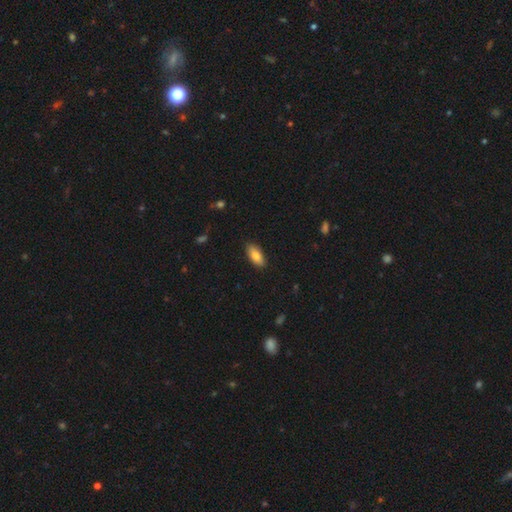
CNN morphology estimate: smooth-or-featured: smooth: 84% | featured or disk: 9% | star or artifact: 6%
  how-rounded: in between: 90% | cigar-shaped: 8% | round: 2%
  merging: none: 87% | minor disturbance: 10% | major disturbance: 2% | merger: 1%